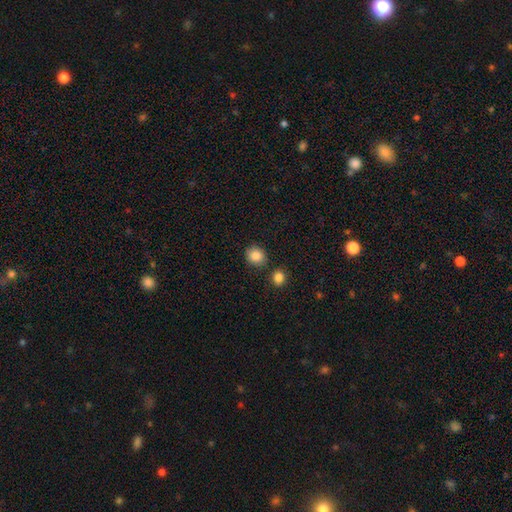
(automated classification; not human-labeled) Smooth or featured? smooth (86%)
How rounded? round (79%)
Merging? none (83%)